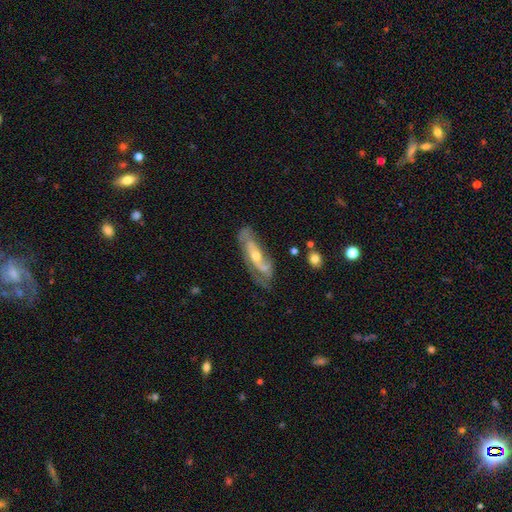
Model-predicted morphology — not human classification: Smooth or featured?
  - featured or disk: 75% *
  - smooth: 19%
  - star or artifact: 6%
Edge-on disk?
  - no: 79% *
  - yes: 21%
Bar?
  - no: 58% *
  - weak: 28%
  - strong: 14%
Spiral arms?
  - yes: 82% *
  - no: 18%
Bulge size?
  - moderate: 55% *
  - small: 40%
  - large: 3%
  - none: 1%
  - dominant: 1%
Merging?
  - none: 53% *
  - minor disturbance: 27%
  - major disturbance: 16%
  - merger: 4%